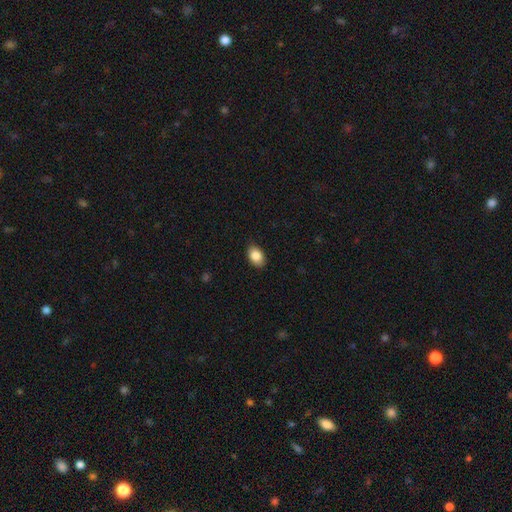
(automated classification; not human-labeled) Q: Smooth or featured?
A: smooth (86%); runner-up: star or artifact (8%)
Q: How rounded?
A: in between (86%); runner-up: round (12%)
Q: Merging?
A: none (86%); runner-up: minor disturbance (11%)